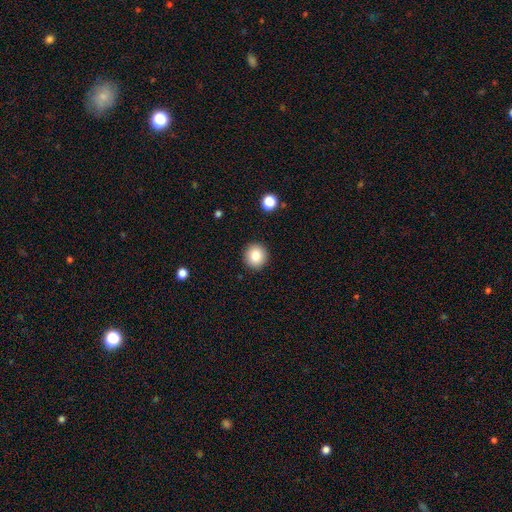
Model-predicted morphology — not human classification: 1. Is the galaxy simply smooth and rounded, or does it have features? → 84% smooth, 10% star or artifact, 6% featured or disk.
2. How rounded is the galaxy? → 94% round, 5% in between, 1% cigar-shaped.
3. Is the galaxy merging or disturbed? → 92% none, 5% minor disturbance, 2% major disturbance, 1% merger.